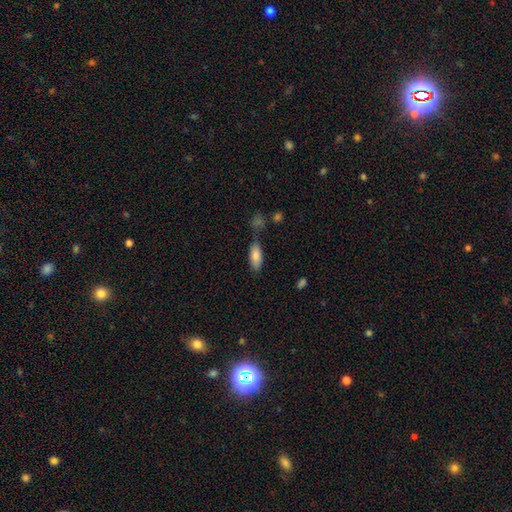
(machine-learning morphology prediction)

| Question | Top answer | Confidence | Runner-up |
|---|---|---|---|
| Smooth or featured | smooth | 84% | featured or disk (9%) |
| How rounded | in between | 83% | cigar-shaped (15%) |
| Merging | none | 64% | minor disturbance (19%) |